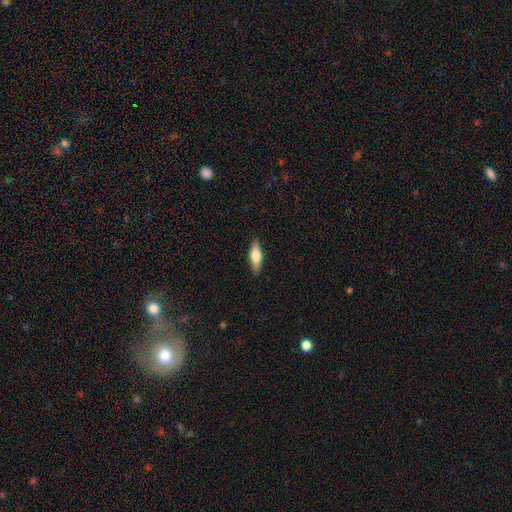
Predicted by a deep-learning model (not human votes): This is likely a smooth galaxy (65%). How rounded: possibly in between (51%). Merging: clearly none (88%).